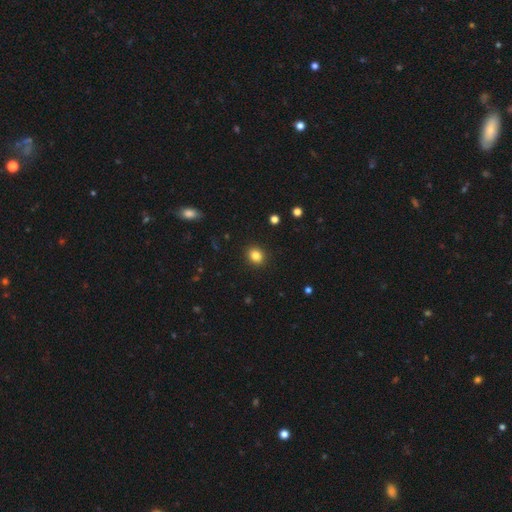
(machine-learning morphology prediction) smooth-or-featured: smooth: 83% | star or artifact: 11% | featured or disk: 5%
  how-rounded: round: 69% | in between: 30% | cigar-shaped: 1%
  merging: none: 91% | minor disturbance: 6% | major disturbance: 2% | merger: 1%